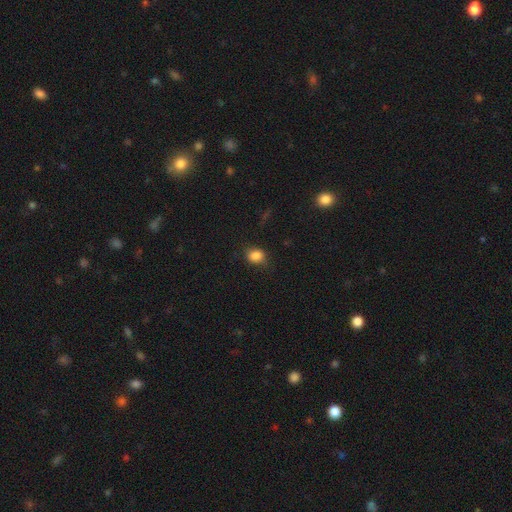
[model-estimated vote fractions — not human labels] Morphology: type=smooth (84%); roundness=round (54%); merging=none (73%).